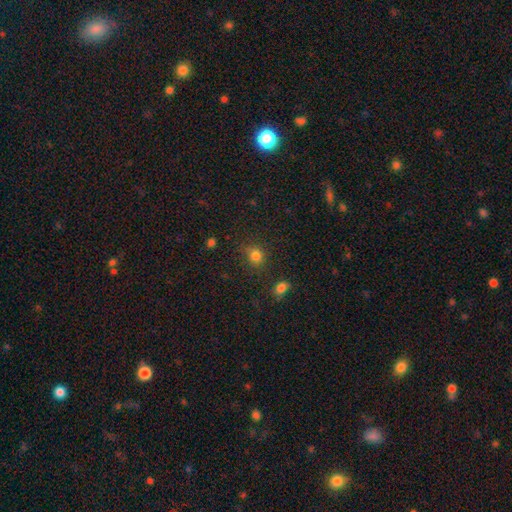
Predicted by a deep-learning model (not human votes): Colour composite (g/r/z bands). It shows a smooth galaxy with no disk features (80%) that is round (79%). Merging: none (78%).